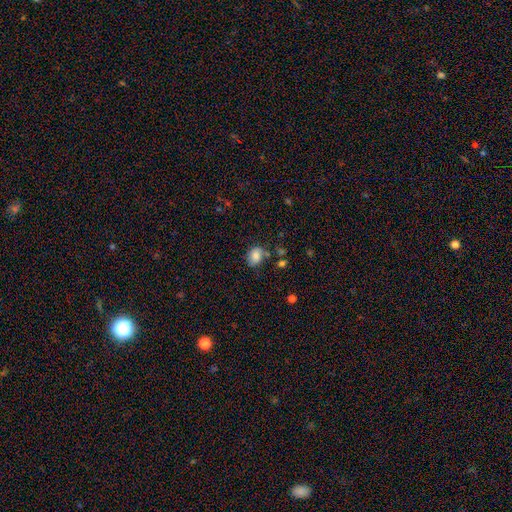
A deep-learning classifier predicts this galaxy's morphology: Q: Smooth or featured?
A: smooth (76%); runner-up: featured or disk (14%)
Q: How rounded?
A: in between (56%); runner-up: round (43%)
Q: Merging?
A: none (62%); runner-up: minor disturbance (24%)